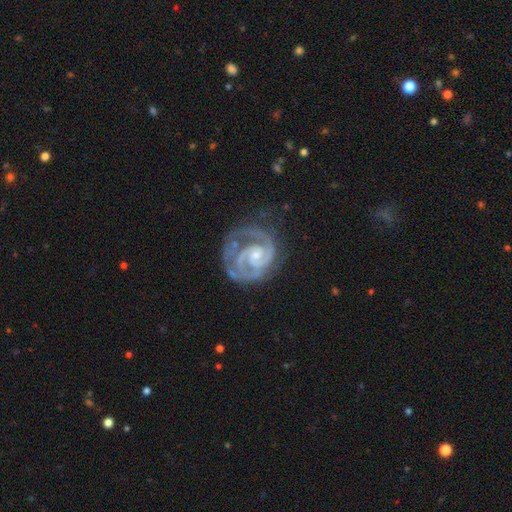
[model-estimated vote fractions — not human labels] Smooth or featured? featured or disk (92%)
Edge-on disk? no (98%)
Bar? no (56%)
Spiral arms? yes (98%)
Spiral winding? tight (66%)
Spiral arm count? 2 (71%)
Bulge size? small (67%)
Merging? none (66%)